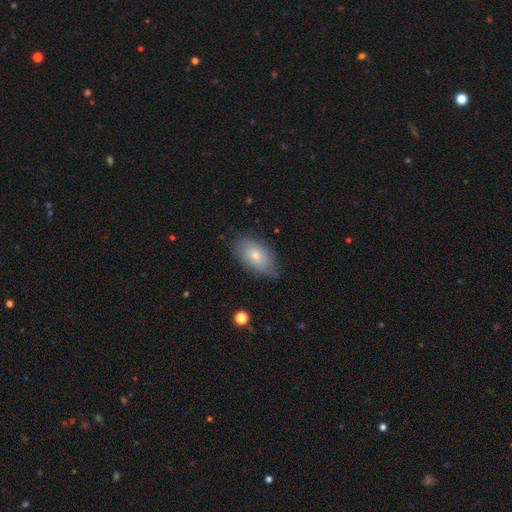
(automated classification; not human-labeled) Morphology: type=smooth (75%); roundness=in between (92%); merging=none (70%).